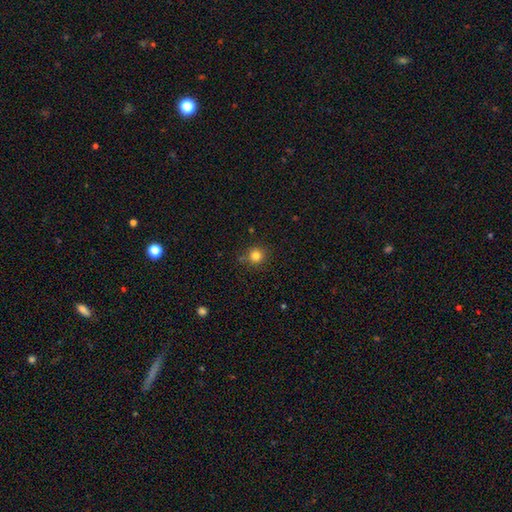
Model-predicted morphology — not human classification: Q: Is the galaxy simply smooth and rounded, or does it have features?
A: smooth — 81%.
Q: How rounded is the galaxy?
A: round — 93%.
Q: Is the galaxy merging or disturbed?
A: none — 85%.